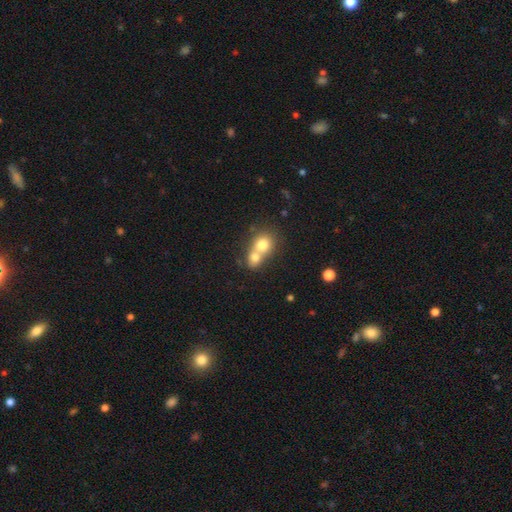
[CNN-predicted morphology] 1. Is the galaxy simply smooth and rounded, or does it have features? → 71% smooth, 17% featured or disk, 12% star or artifact.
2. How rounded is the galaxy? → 72% round, 27% in between, 1% cigar-shaped.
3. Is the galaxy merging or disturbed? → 67% merger, 26% none, 5% minor disturbance, 2% major disturbance.